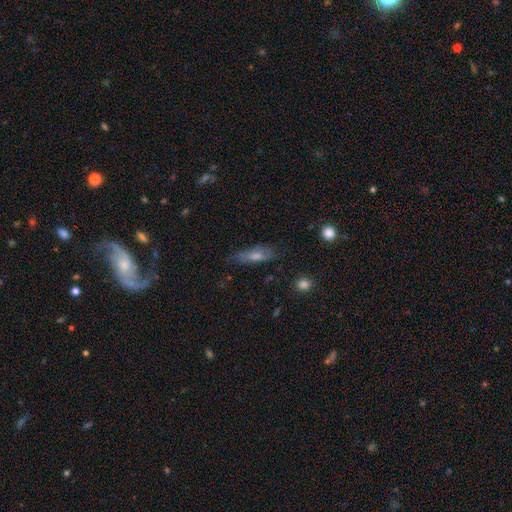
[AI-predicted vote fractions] Smooth or featured? smooth (63%)
How rounded? in between (50%)
Merging? none (65%)